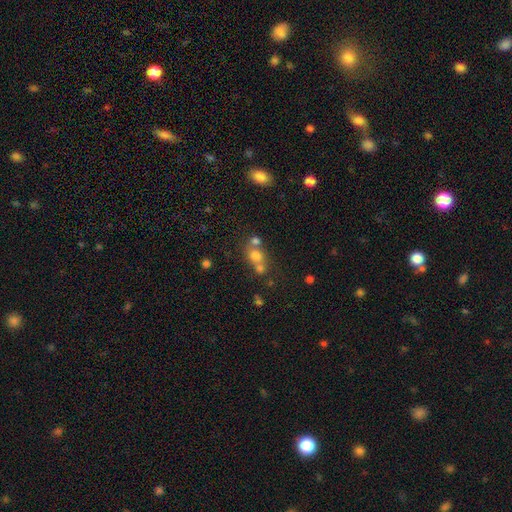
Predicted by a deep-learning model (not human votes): This appears to be a smooth galaxy with no disk features (70%) that is round (70%). Merging: merger (47%).